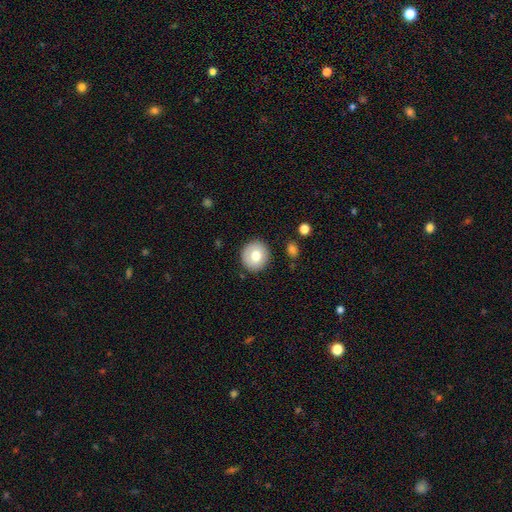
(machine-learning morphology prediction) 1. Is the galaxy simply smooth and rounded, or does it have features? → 74% smooth, 18% featured or disk, 8% star or artifact.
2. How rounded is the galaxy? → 92% round, 7% in between, 1% cigar-shaped.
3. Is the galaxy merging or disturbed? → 88% none, 8% minor disturbance, 2% major disturbance, 2% merger.